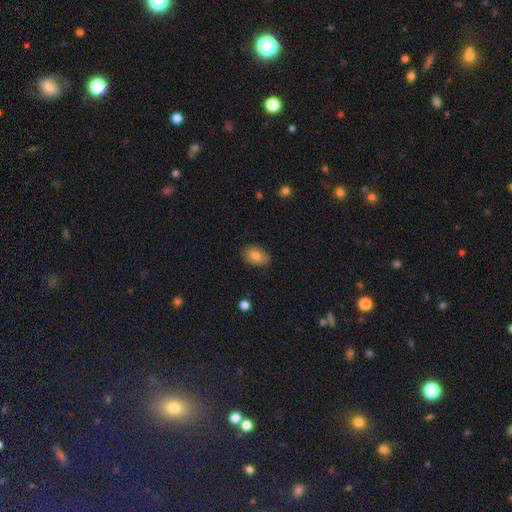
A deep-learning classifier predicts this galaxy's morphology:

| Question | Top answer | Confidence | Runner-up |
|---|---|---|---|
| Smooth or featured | smooth | 80% | featured or disk (12%) |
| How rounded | in between | 85% | round (14%) |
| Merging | none | 85% | minor disturbance (12%) |